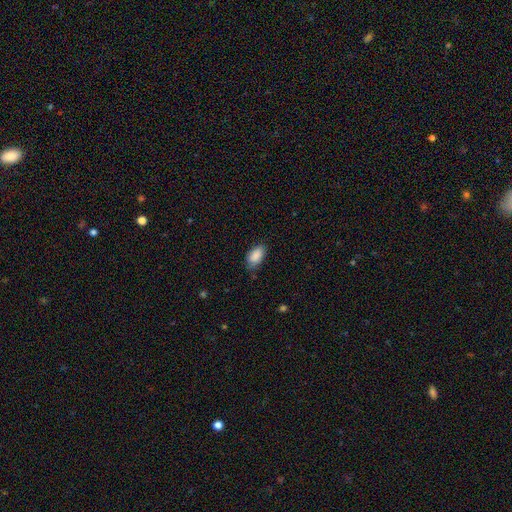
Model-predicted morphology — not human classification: smooth_or_featured: smooth (p=0.88) [alt: star or artifact p=0.07]
how_rounded: in between (p=0.93) [alt: round p=0.04]
merging: none (p=0.71) [alt: minor disturbance p=0.23]